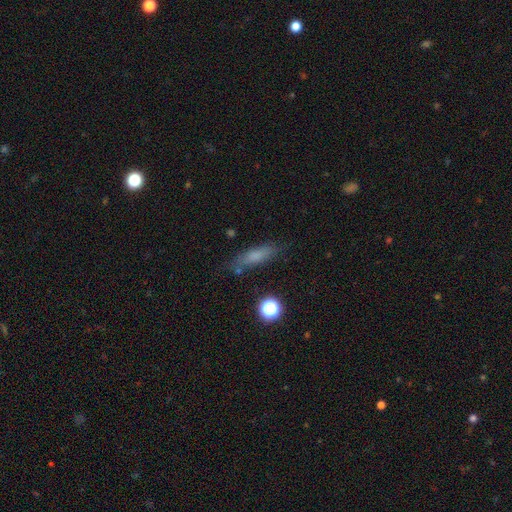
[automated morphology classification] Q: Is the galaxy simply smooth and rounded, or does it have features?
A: smooth — 68%.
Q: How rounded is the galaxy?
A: cigar-shaped — 57%.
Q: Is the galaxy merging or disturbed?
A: none — 74%.